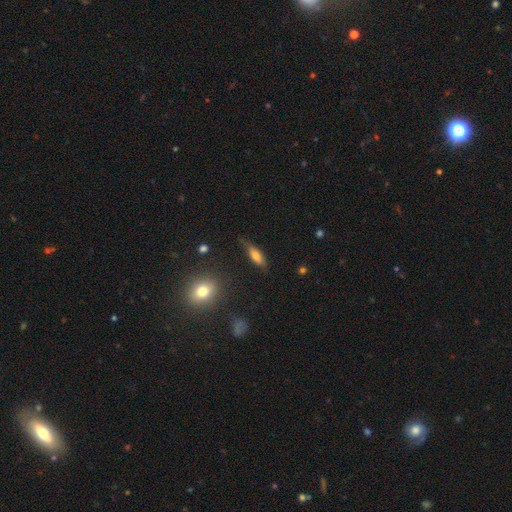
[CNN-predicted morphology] smooth-or-featured: smooth: 66% | featured or disk: 25% | star or artifact: 9%
  how-rounded: in between: 52% | cigar-shaped: 45% | round: 3%
  merging: none: 68% | minor disturbance: 23% | major disturbance: 6% | merger: 2%